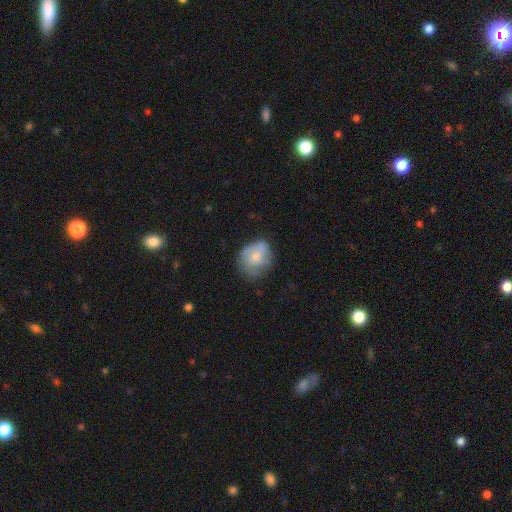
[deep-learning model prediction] Smooth or featured? Predicted: smooth (p=0.62). How rounded? Predicted: round (p=0.63). Merging? Predicted: none (p=0.53).